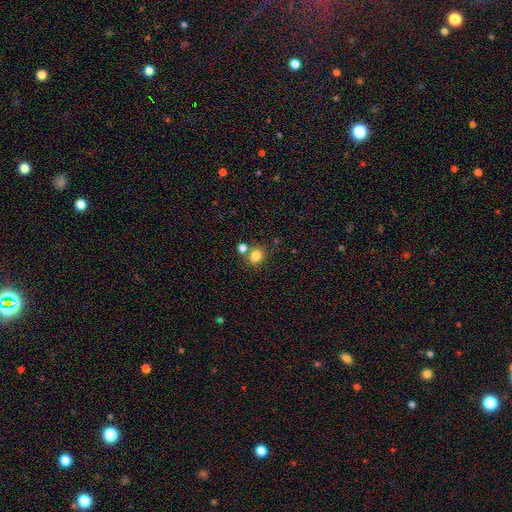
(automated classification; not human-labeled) Smooth or featured?
  - smooth: 82% *
  - star or artifact: 12%
  - featured or disk: 6%
How rounded?
  - round: 81% *
  - in between: 18%
  - cigar-shaped: 1%
Merging?
  - none: 69% *
  - merger: 18%
  - minor disturbance: 10%
  - major disturbance: 3%